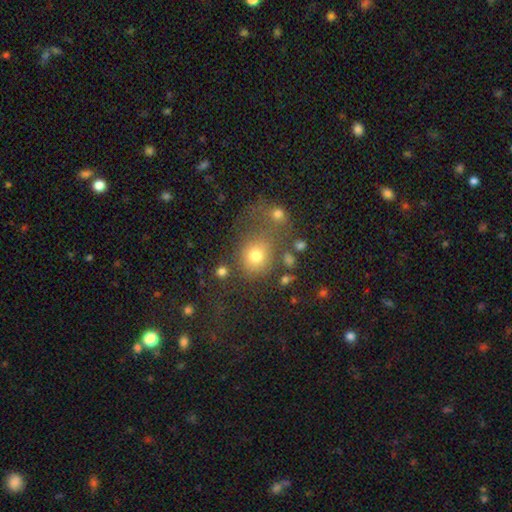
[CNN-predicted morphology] type=smooth (73%); roundness=round (73%); merging=none (52%).